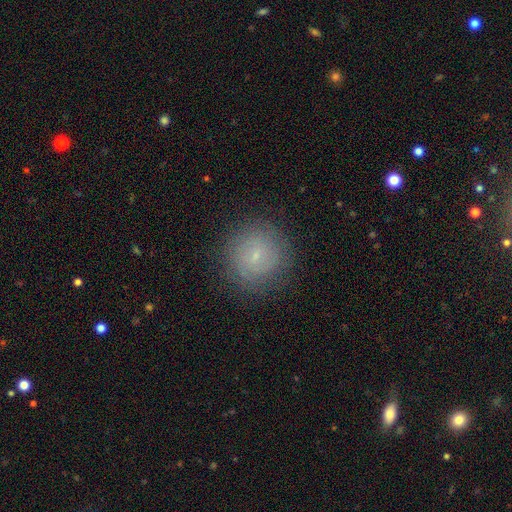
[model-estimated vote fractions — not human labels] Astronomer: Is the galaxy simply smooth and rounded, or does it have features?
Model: smooth — 59%.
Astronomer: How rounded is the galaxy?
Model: round — 91%.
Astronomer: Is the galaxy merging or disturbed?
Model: none — 85%.